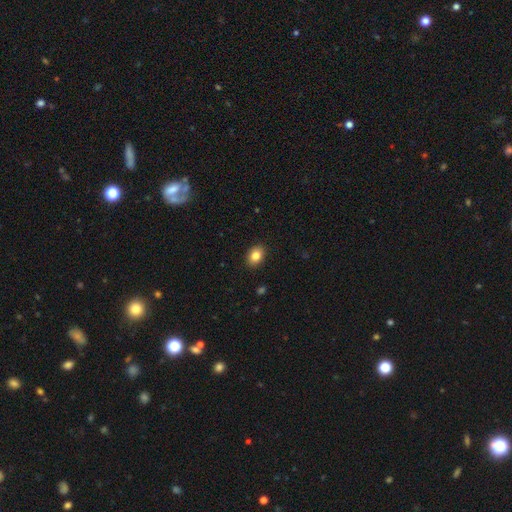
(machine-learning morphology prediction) Smooth or featured: smooth — 84% (star or artifact — 9%)
How rounded: in between — 74% (round — 25%)
Merging: none — 90% (minor disturbance — 7%)